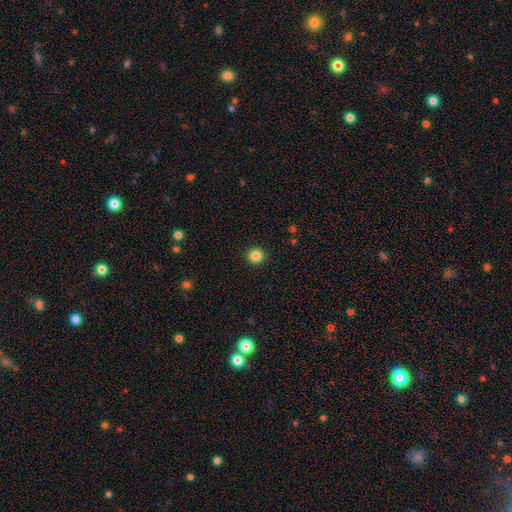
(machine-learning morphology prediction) This is clearly a smooth galaxy (84%). How rounded: clearly round (94%). Merging: clearly none (93%).